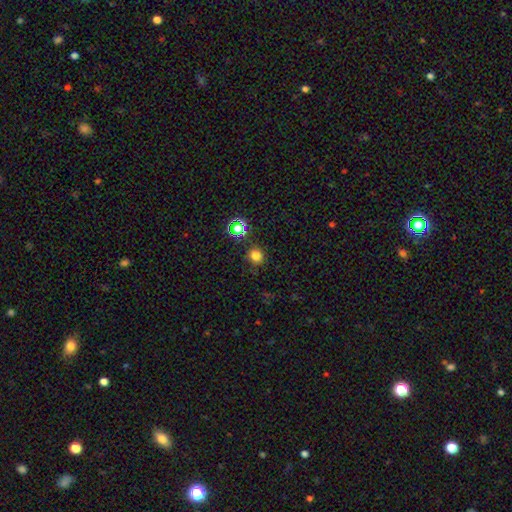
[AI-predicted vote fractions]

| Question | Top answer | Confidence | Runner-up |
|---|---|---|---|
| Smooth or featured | smooth | 76% | star or artifact (19%) |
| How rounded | round | 90% | in between (9%) |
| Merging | none | 85% | minor disturbance (9%) |